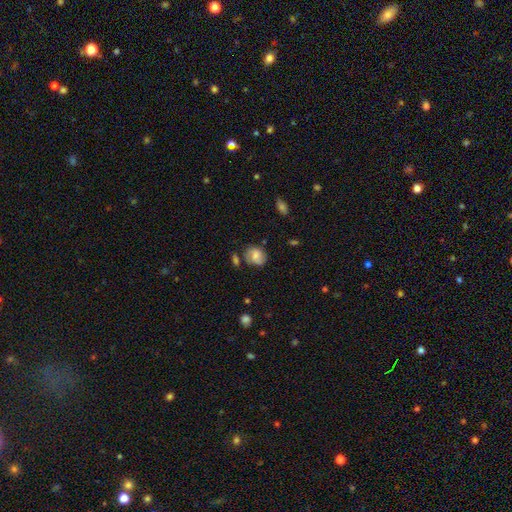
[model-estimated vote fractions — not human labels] smooth 64%, featured or disk 27%, star or artifact 9%. Down the decision tree: how rounded — round (54%); merging — none (64%).